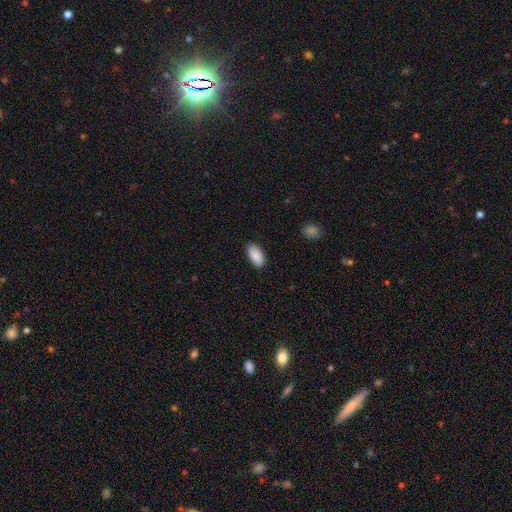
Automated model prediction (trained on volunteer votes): smooth_or_featured: smooth (p=0.90) [alt: star or artifact p=0.06]
how_rounded: in between (p=0.95) [alt: cigar-shaped p=0.03]
merging: none (p=0.86) [alt: minor disturbance p=0.11]